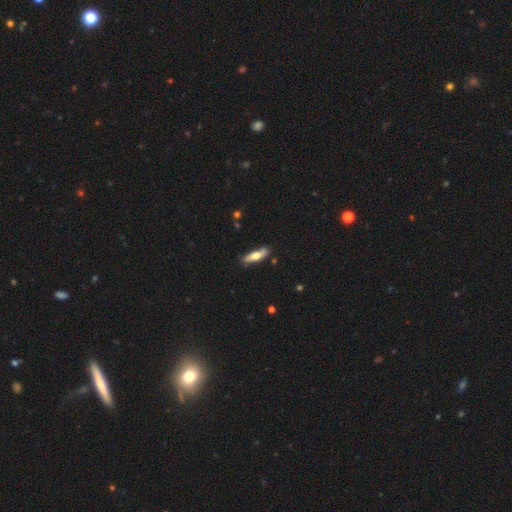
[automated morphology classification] smooth 57%, featured or disk 38%, star or artifact 5%. Down the decision tree: how rounded — cigar-shaped (59%); merging — none (82%).